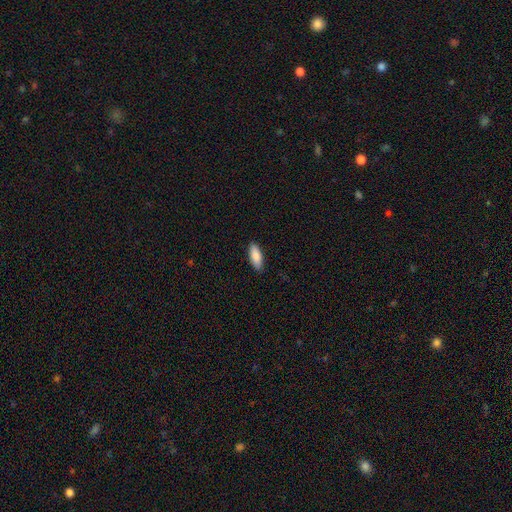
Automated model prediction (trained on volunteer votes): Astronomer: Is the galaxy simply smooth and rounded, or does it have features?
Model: smooth — 87%.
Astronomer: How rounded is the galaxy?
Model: in between — 72%.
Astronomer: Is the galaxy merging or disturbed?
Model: none — 89%.